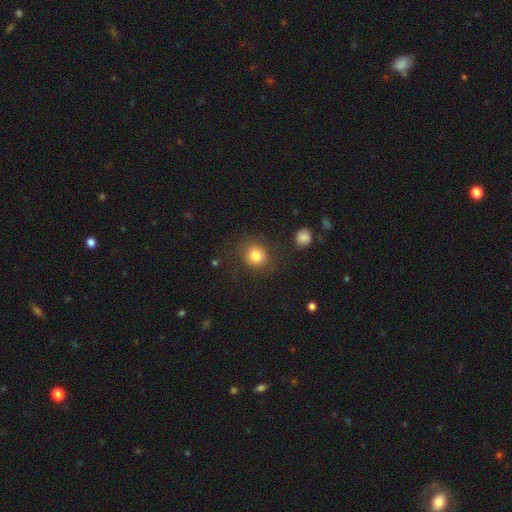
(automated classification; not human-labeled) smooth 81%, star or artifact 11%, featured or disk 8%. Down the decision tree: how rounded — round (85%); merging — none (78%).